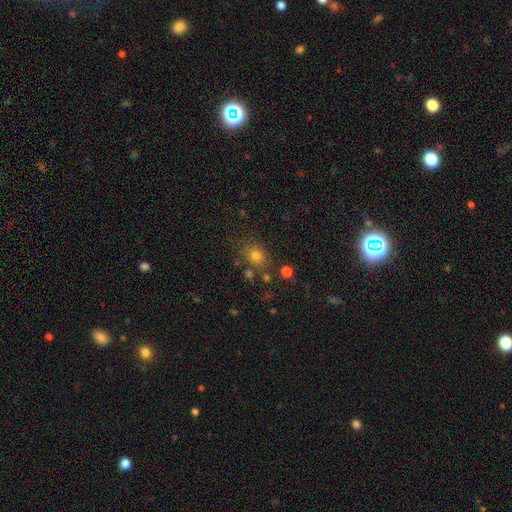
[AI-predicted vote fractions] This is likely a smooth galaxy (73%). How rounded: possibly round (60%). Merging: likely none (75%).